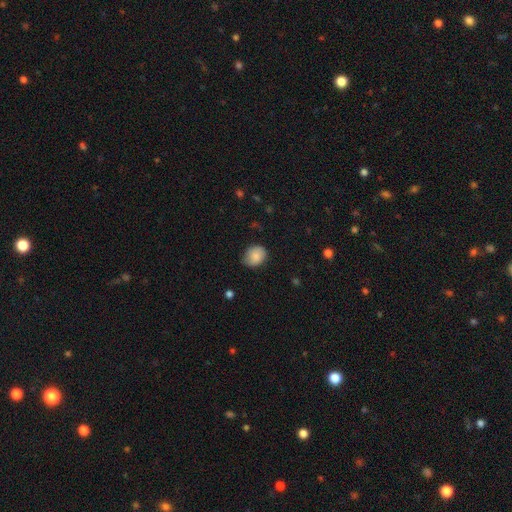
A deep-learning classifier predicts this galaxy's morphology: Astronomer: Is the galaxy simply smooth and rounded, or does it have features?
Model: smooth — 83%.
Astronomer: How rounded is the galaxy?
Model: round — 56% (runner-up: in between, 43%).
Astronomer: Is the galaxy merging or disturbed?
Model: none — 69%.